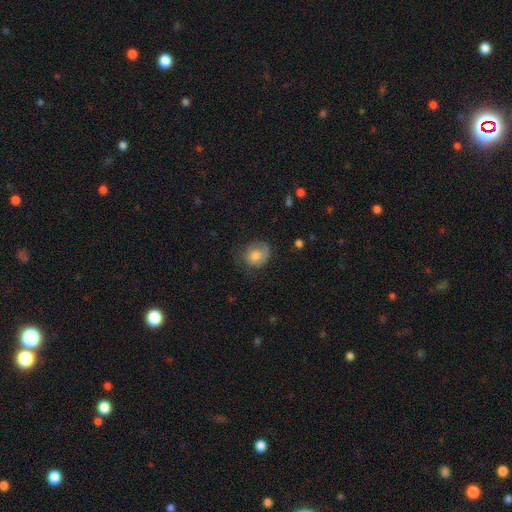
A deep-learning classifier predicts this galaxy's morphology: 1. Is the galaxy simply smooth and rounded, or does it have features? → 71% smooth, 20% featured or disk, 9% star or artifact.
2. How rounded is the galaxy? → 63% round, 36% in between, 1% cigar-shaped.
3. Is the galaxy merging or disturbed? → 55% none, 29% minor disturbance, 15% major disturbance, 1% merger.